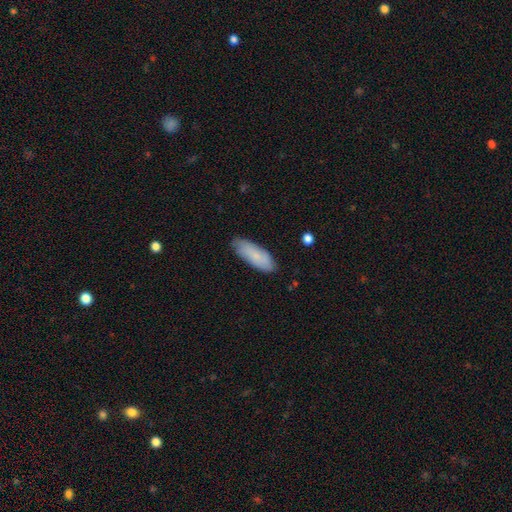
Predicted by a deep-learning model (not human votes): A smooth galaxy with no disk features (77%) that is in between round and cigar-shaped (65%).

Vote fractions:
- Smooth or featured? smooth: 77% / featured or disk: 16% / star or artifact: 6%
- How rounded? in between: 65% / cigar-shaped: 33% / round: 2%
- Merging? none: 80% / minor disturbance: 16% / major disturbance: 3% / merger: 1%